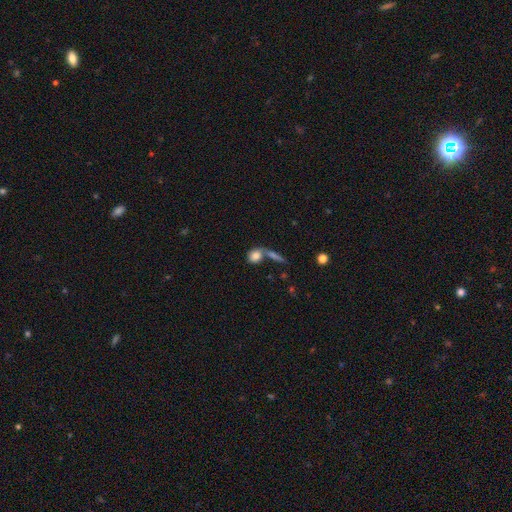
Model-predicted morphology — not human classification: A smooth galaxy with no disk features (80%) that is round (59%).

Vote fractions:
- Smooth or featured? smooth: 80% / featured or disk: 11% / star or artifact: 9%
- How rounded? round: 59% / in between: 35% / cigar-shaped: 6%
- Merging? none: 44% / merger: 38% / minor disturbance: 10% / major disturbance: 7%